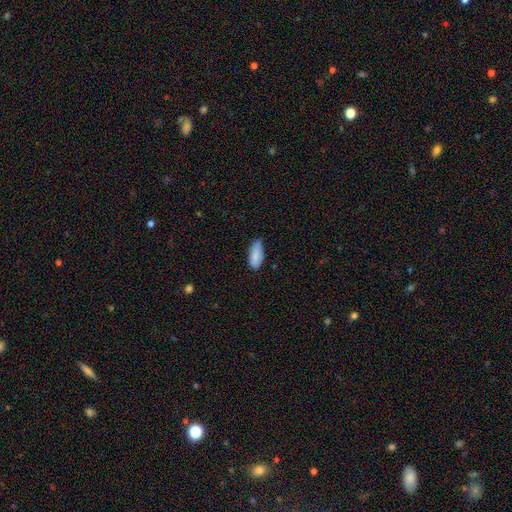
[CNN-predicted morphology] A smooth galaxy with no disk features (87%) that is in between round and cigar-shaped (86%). Merging: none (76%).